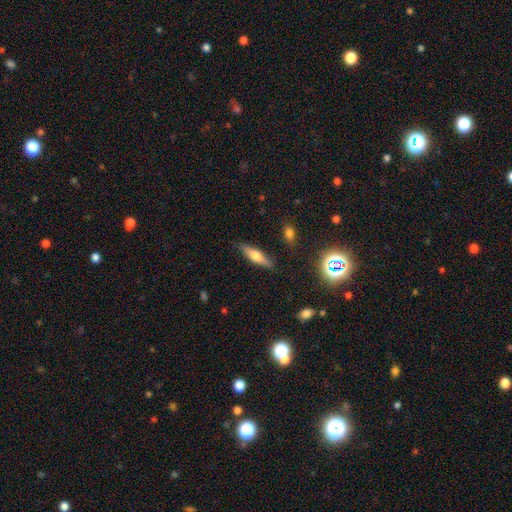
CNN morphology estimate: Smooth or featured? Predicted: smooth (p=0.51). How rounded? Predicted: cigar-shaped (p=0.65). Merging? Predicted: none (p=0.84).